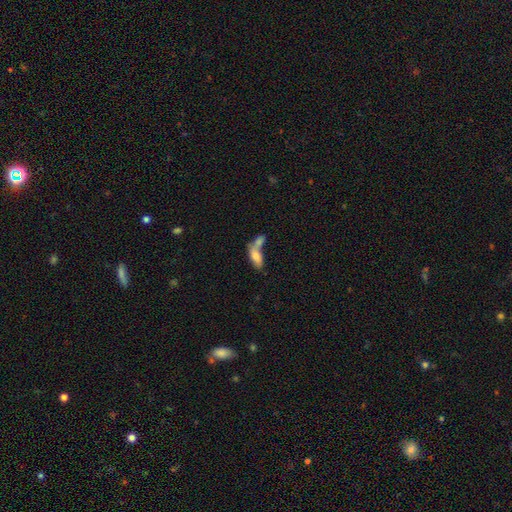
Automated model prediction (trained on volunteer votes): Smooth or featured? Predicted: smooth (p=0.73). How rounded? Predicted: in between (p=0.81). Merging? Predicted: merger (p=0.66).